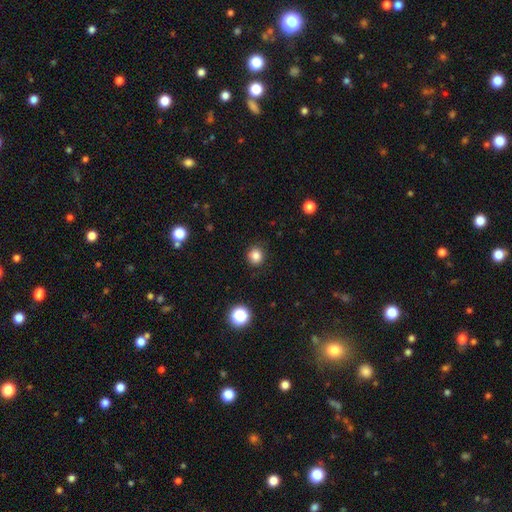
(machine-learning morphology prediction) smooth 83%, star or artifact 12%, featured or disk 5%. Down the decision tree: how rounded — round (86%); merging — none (89%).